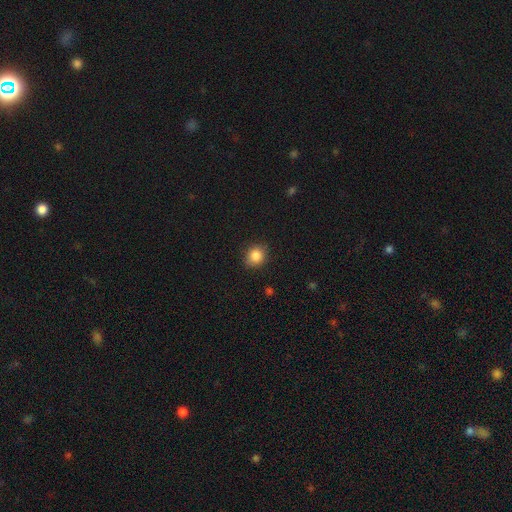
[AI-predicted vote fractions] Smooth or featured? smooth (85%)
How rounded? round (78%)
Merging? none (85%)